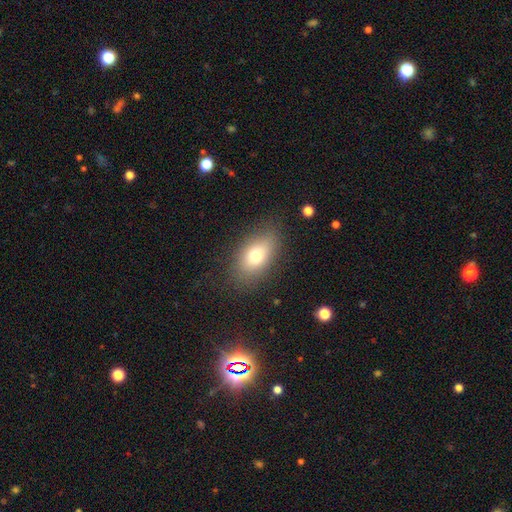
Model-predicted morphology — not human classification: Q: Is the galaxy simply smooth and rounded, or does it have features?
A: smooth — 73%.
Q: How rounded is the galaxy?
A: in between — 84%.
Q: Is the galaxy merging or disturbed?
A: none — 82%.